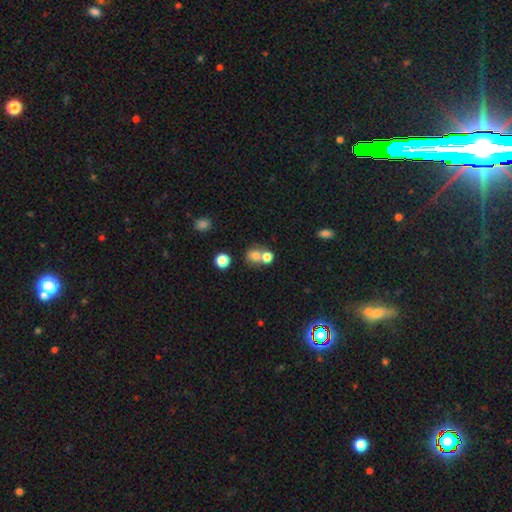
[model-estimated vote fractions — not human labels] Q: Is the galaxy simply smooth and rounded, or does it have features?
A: smooth — 75%.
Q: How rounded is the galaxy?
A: round — 74%.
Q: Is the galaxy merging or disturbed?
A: merger — 50%.